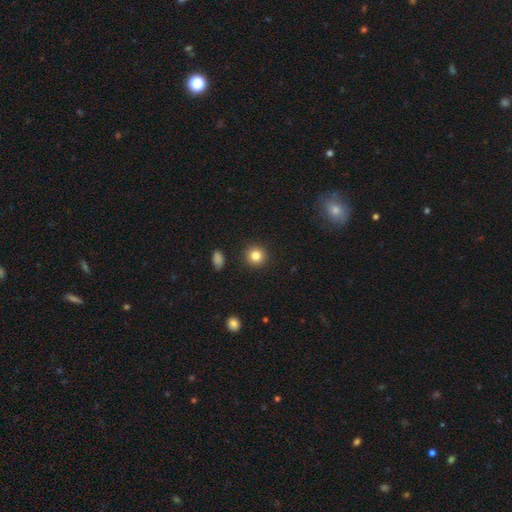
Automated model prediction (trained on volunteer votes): Smooth or featured: smooth — 83% (star or artifact — 11%)
How rounded: round — 93% (in between — 6%)
Merging: none — 92% (minor disturbance — 5%)